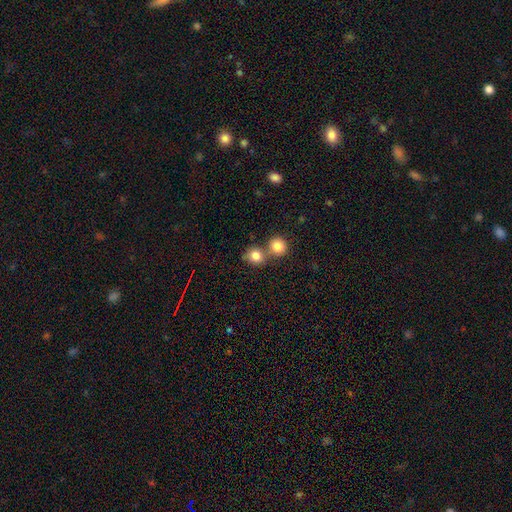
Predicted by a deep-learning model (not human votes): This is clearly a smooth galaxy (82%). How rounded: likely round (78%). Merging: possibly none (50%).